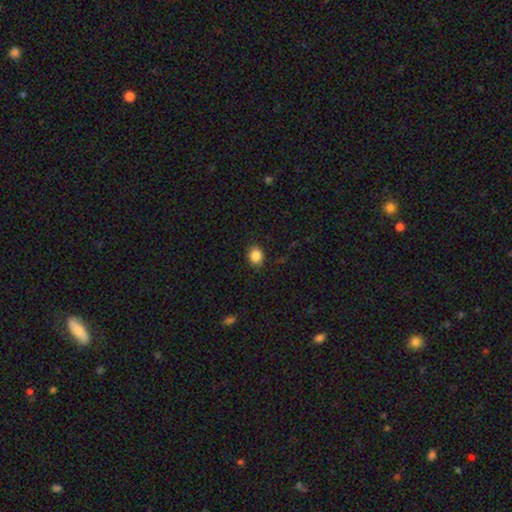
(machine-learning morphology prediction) Smooth or featured? Predicted: smooth (p=0.86). How rounded? Predicted: round (p=0.61). Merging? Predicted: none (p=0.88).